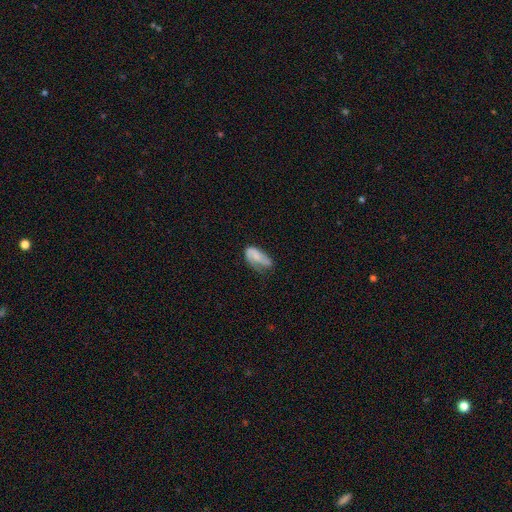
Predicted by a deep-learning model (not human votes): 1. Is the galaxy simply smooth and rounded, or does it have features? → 54% smooth, 39% featured or disk, 7% star or artifact.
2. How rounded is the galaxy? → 89% in between, 7% cigar-shaped, 3% round.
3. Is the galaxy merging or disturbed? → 37% none, 36% minor disturbance, 24% major disturbance, 3% merger.